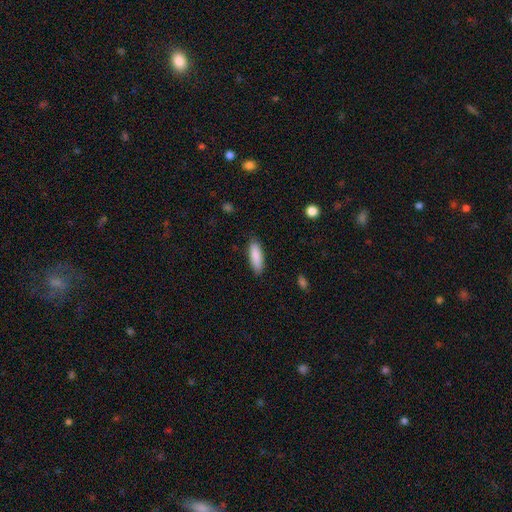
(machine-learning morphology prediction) smooth-or-featured: smooth: 88% | featured or disk: 6% | star or artifact: 6%
  how-rounded: in between: 52% | cigar-shaped: 47% | round: 1%
  merging: none: 87% | minor disturbance: 10% | major disturbance: 2% | merger: 1%